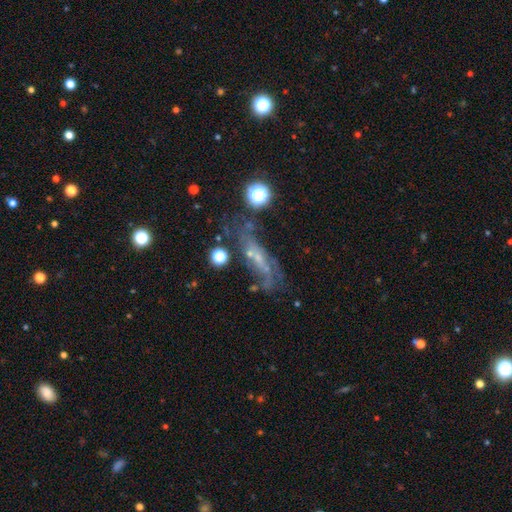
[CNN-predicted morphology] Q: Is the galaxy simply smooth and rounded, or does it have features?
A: featured or disk — 60%.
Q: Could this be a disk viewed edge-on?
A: no — 65%.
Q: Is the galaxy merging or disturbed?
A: none — 51%.